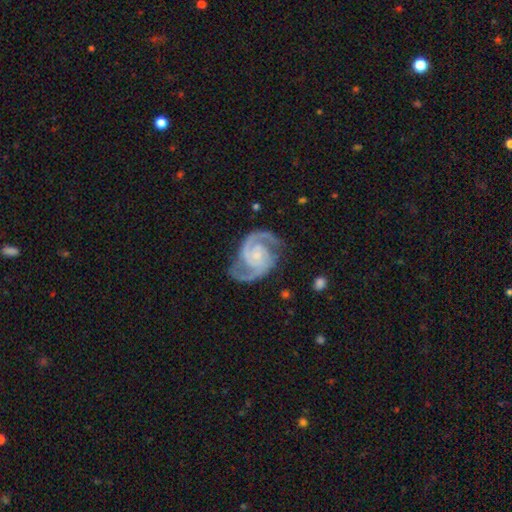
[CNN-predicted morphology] smooth_or_featured: featured or disk (p=0.94) [alt: star or artifact p=0.04]
disk_edge_on: no (p=0.98) [alt: yes p=0.02]
bar: no (p=0.62) [alt: weak p=0.30]
has_spiral_arms: yes (p=0.99) [alt: no p=0.01]
spiral_winding: medium (p=0.53) [alt: tight p=0.40]
spiral_arm_count: 2 (p=0.91) [alt: 3 p=0.04]
bulge_size: small (p=0.64) [alt: moderate p=0.21]
merging: none (p=0.76) [alt: minor disturbance p=0.16]